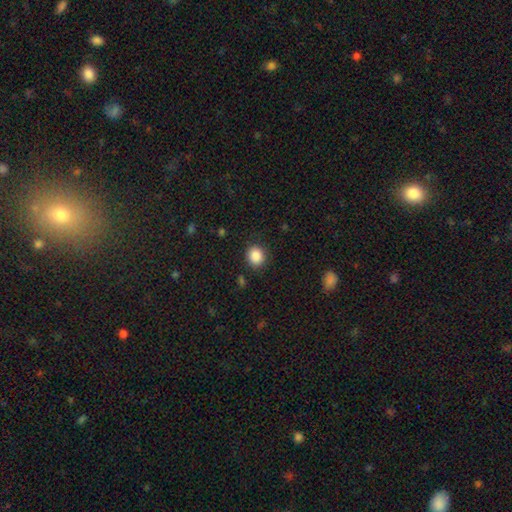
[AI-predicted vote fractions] Smooth or featured? Predicted: smooth (p=0.87). How rounded? Predicted: round (p=0.80). Merging? Predicted: none (p=0.87).